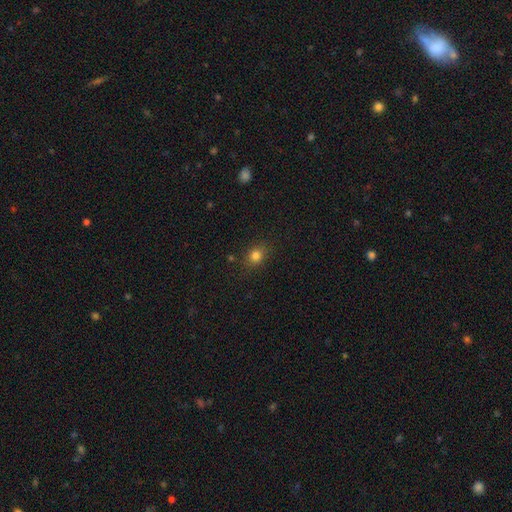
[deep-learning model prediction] smooth_or_featured: smooth (p=0.79) [alt: star or artifact p=0.14]
how_rounded: round (p=0.61) [alt: in between p=0.38]
merging: none (p=0.84) [alt: minor disturbance p=0.11]